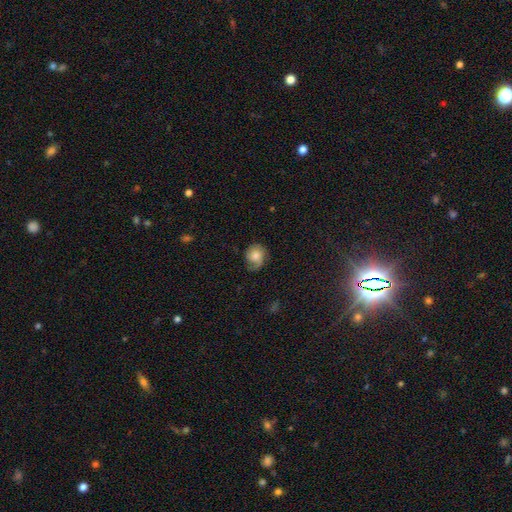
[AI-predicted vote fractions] This appears to be a smooth galaxy with no disk features (58%) that is round (71%). Merging: none (56%).